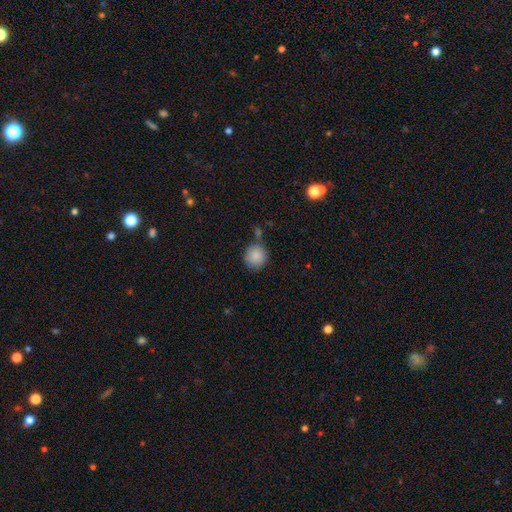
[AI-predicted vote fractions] A smooth galaxy with no disk features (88%) that is round (93%). Merging: none (73%).